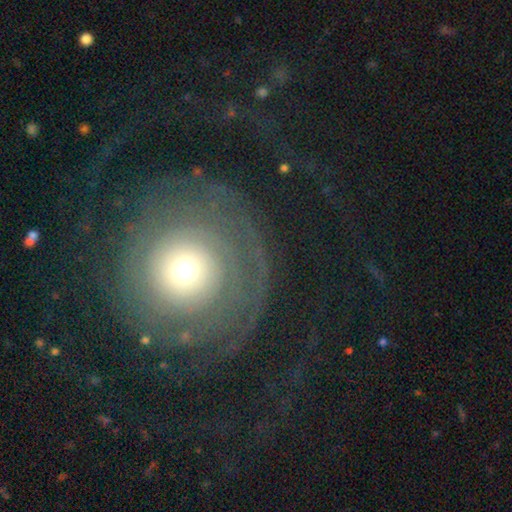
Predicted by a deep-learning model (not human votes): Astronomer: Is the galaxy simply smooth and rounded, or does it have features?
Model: featured or disk — 63%.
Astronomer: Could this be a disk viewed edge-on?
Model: no — 96%.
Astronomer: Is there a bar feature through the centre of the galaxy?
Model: no — 88%.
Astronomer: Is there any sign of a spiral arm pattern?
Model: yes — 75%.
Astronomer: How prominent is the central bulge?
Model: moderate — 50% (runner-up: small, 34%).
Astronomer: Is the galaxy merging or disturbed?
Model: none — 60%.